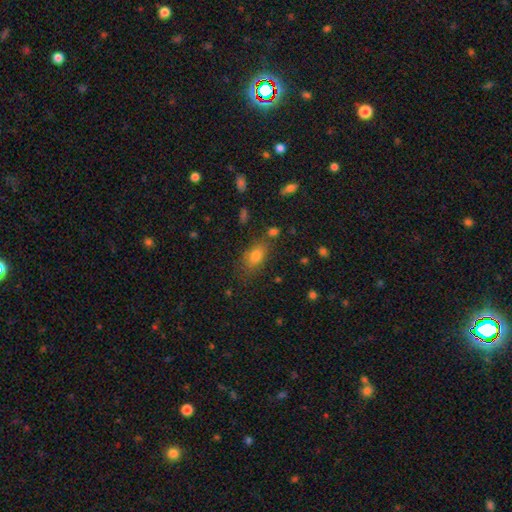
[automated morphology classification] smooth_or_featured: smooth (p=0.77) [alt: star or artifact p=0.14]
how_rounded: in between (p=0.80) [alt: round p=0.14]
merging: none (p=0.69) [alt: minor disturbance p=0.18]